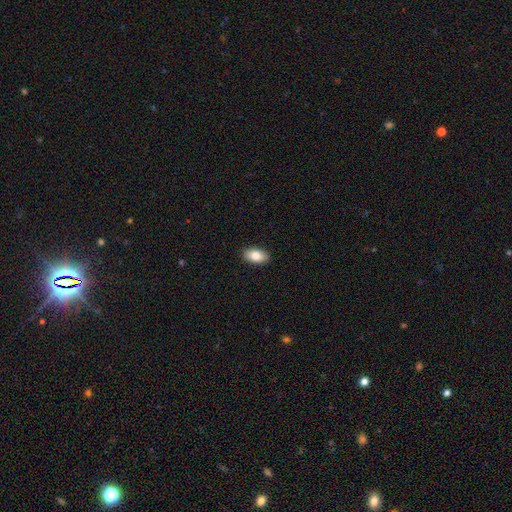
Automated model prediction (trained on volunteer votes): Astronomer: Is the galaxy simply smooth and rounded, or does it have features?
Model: smooth — 84%.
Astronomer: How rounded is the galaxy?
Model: in between — 93%.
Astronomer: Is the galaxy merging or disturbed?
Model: none — 91%.